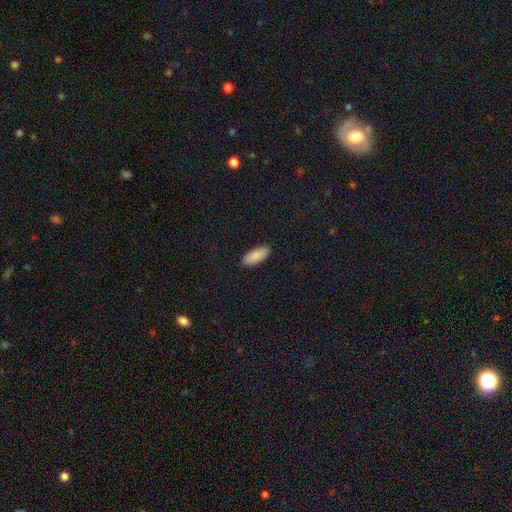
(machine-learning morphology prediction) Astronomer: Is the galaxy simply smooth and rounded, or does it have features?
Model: smooth — 89%.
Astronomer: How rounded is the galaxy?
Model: in between — 79%.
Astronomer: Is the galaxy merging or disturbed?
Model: none — 90%.